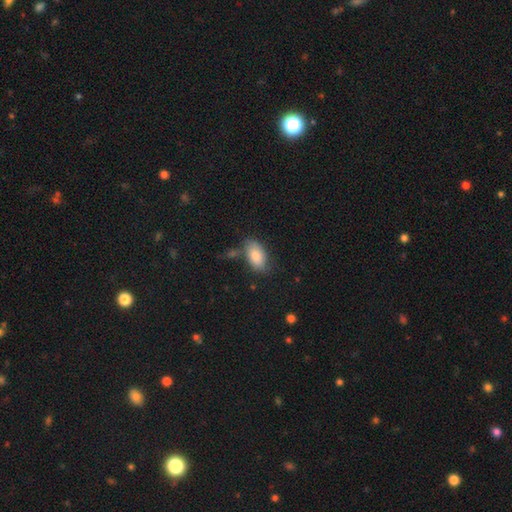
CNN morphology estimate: This appears to be a smooth galaxy with no disk features (82%) that is in between round and cigar-shaped (92%). Merging: none (68%).